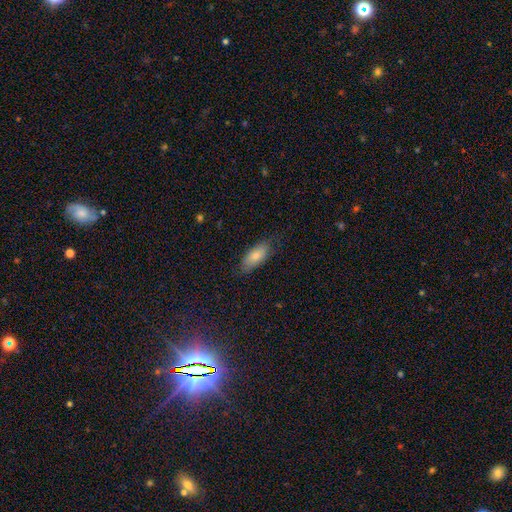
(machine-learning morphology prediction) A smooth galaxy with no disk features (79%) that is in between round and cigar-shaped (84%). Merging: none (79%).